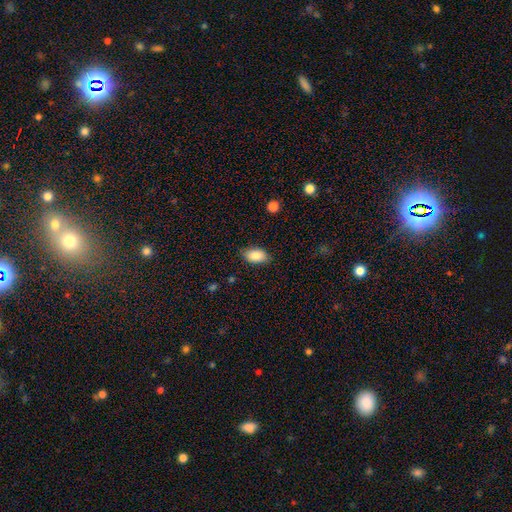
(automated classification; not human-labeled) This appears to be a smooth galaxy with no disk features (85%) that is in between round and cigar-shaped (92%). Merging: none (84%).